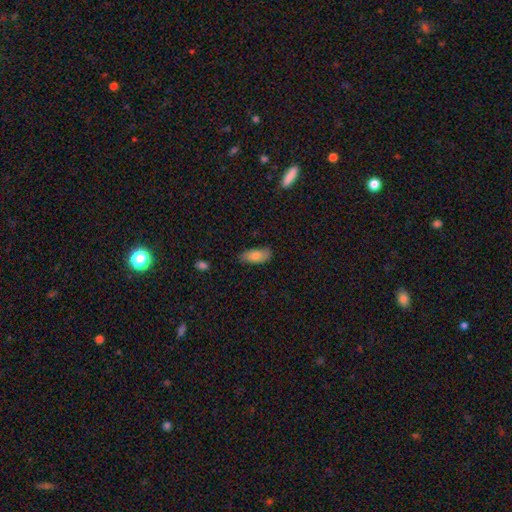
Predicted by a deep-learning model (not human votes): A smooth galaxy with no disk features (79%) that is in between round and cigar-shaped (89%). Merging: none (73%).